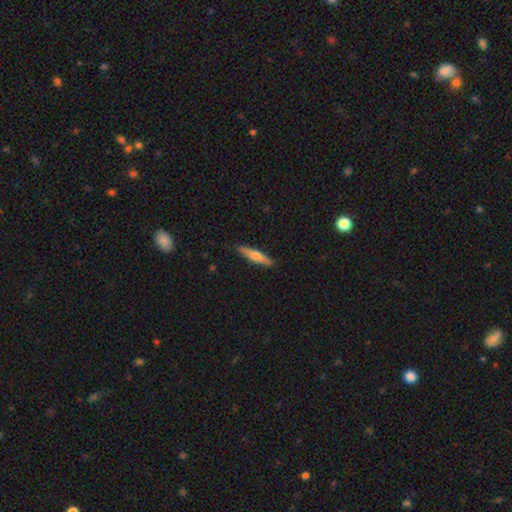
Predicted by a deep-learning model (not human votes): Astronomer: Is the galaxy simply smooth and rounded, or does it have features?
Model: smooth — 54% (runner-up: featured or disk, 41%).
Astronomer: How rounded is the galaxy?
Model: cigar-shaped — 86%.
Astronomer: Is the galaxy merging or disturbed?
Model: none — 90%.